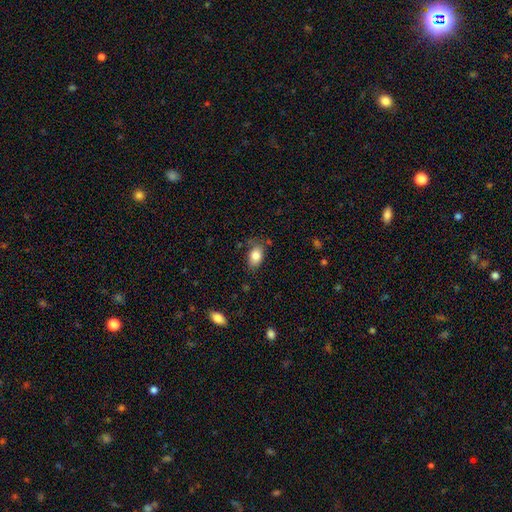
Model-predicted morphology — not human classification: Smooth or featured? Predicted: smooth (p=0.84). How rounded? Predicted: in between (p=0.86). Merging? Predicted: none (p=0.70).